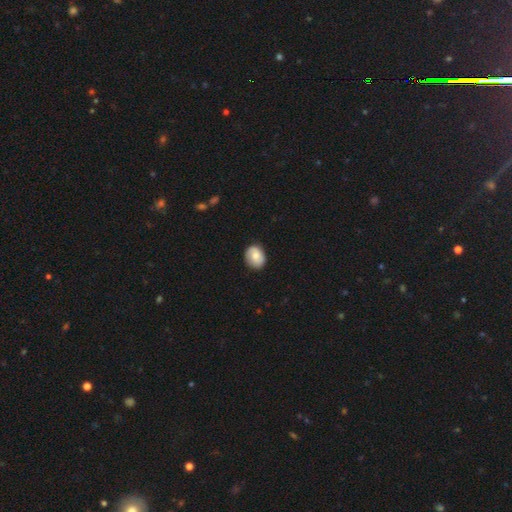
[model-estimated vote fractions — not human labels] A smooth galaxy with no disk features (68%) that is round (56%).

Vote fractions:
- Smooth or featured? smooth: 68% / featured or disk: 25% / star or artifact: 7%
- How rounded? round: 56% / in between: 43% / cigar-shaped: 1%
- Merging? none: 81% / minor disturbance: 15% / major disturbance: 3% / merger: 1%